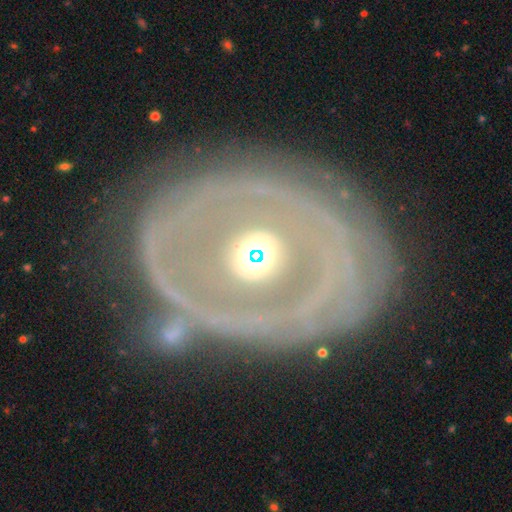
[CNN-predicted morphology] smooth-or-featured: featured or disk: 74% | smooth: 19% | star or artifact: 6%
  disk-edge-on: no: 94% | yes: 6%
    bar: no: 81% | weak: 12% | strong: 6%
    has-spiral-arms: no: 70% | yes: 30%
    bulge-size: moderate: 69% | large: 18% | small: 9% | dominant: 2% | none: 1%
  merging: none: 76% | minor disturbance: 15% | major disturbance: 7% | merger: 2%